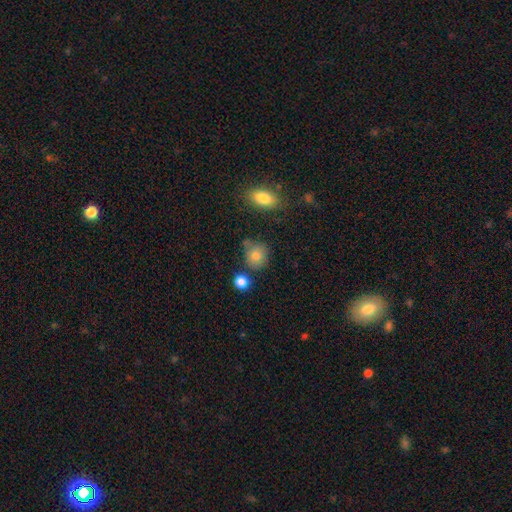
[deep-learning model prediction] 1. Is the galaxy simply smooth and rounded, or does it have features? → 81% smooth, 11% star or artifact, 9% featured or disk.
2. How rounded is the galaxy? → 80% round, 19% in between, 1% cigar-shaped.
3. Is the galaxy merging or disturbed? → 66% none, 18% minor disturbance, 10% merger, 5% major disturbance.